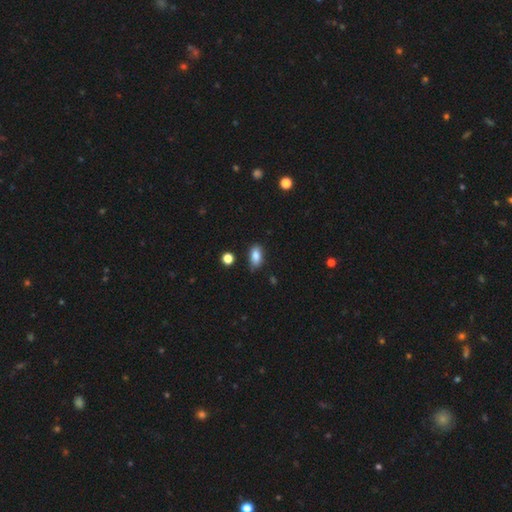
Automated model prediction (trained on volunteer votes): smooth 85%, star or artifact 9%, featured or disk 6%. Down the decision tree: how rounded — in between (88%); merging — none (77%).